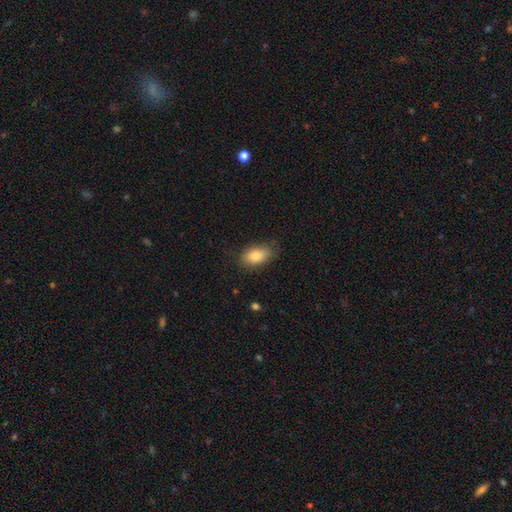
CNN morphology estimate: Overall: smooth (83%). How rounded: in between (91%). Merging: none (77%).